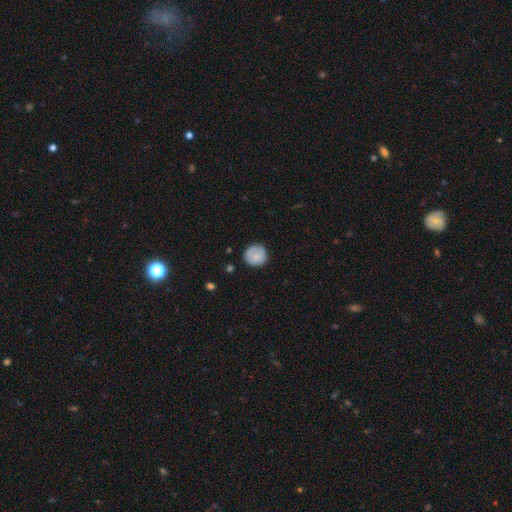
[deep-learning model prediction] Smooth or featured? Predicted: smooth (p=0.76). How rounded? Predicted: round (p=0.92). Merging? Predicted: none (p=0.80).